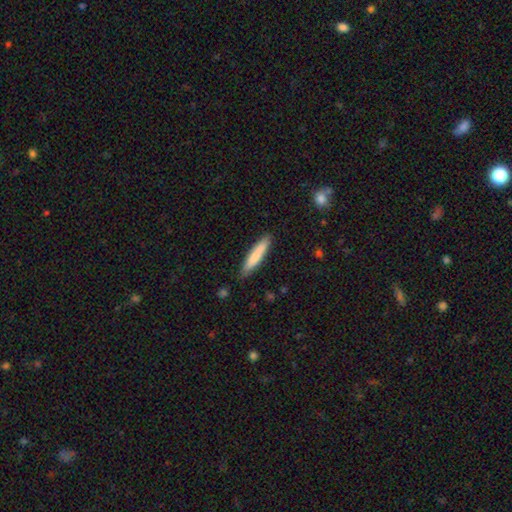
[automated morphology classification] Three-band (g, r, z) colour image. It shows a smooth galaxy with no disk features (78%) that is cigar-shaped (90%). Merging: none (87%).